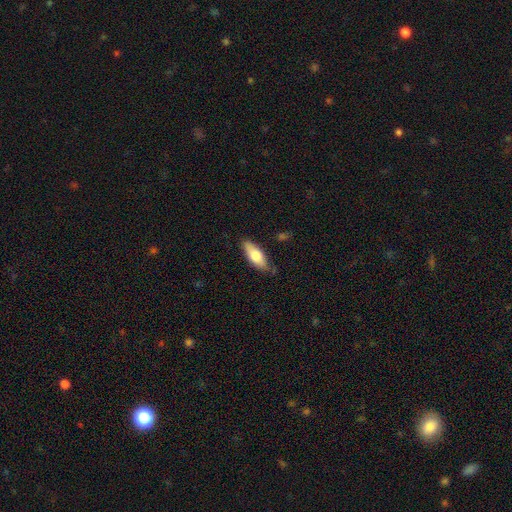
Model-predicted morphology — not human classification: type=smooth (72%); roundness=in between (71%); merging=none (78%).